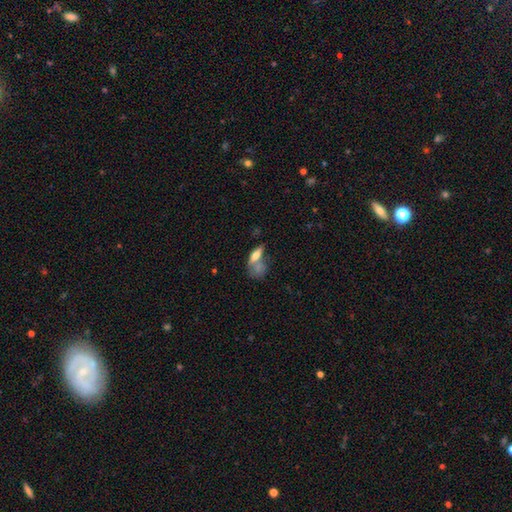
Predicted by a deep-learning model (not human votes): Smooth or featured: smooth — 64% (featured or disk — 26%)
How rounded: in between — 60% (cigar-shaped — 32%)
Merging: merger — 37% (none — 33%)